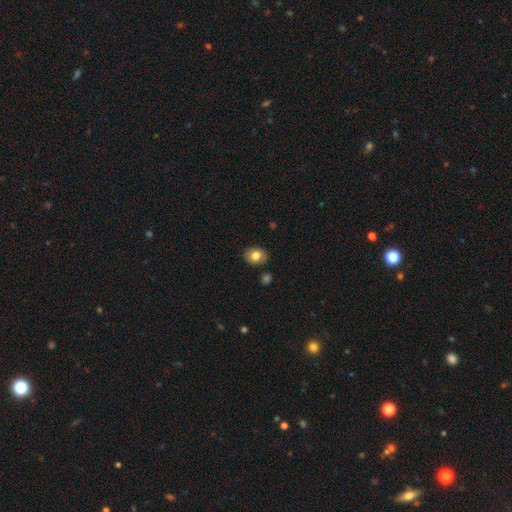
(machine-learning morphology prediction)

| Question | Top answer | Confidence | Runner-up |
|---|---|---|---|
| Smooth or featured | smooth | 81% | featured or disk (11%) |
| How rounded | in between | 64% | round (35%) |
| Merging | none | 86% | minor disturbance (10%) |